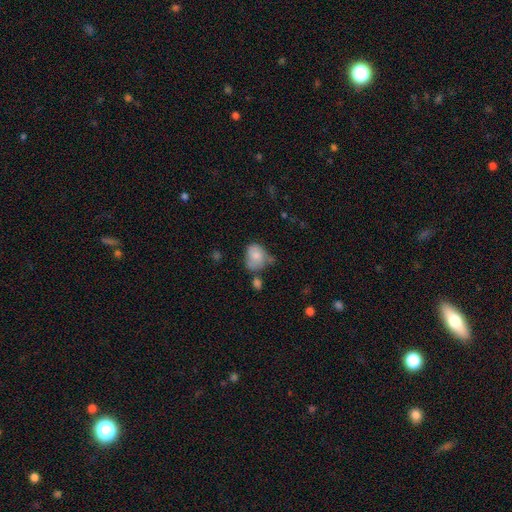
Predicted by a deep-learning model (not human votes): smooth 72%, featured or disk 19%, star or artifact 9%. Down the decision tree: how rounded — in between (51%); merging — none (36%).